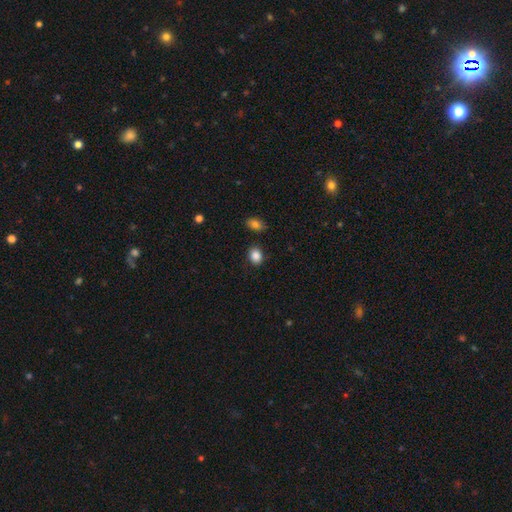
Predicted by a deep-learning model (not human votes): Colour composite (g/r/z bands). It shows a smooth galaxy with no disk features (87%) that is in between round and cigar-shaped (55%). Merging: none (85%).